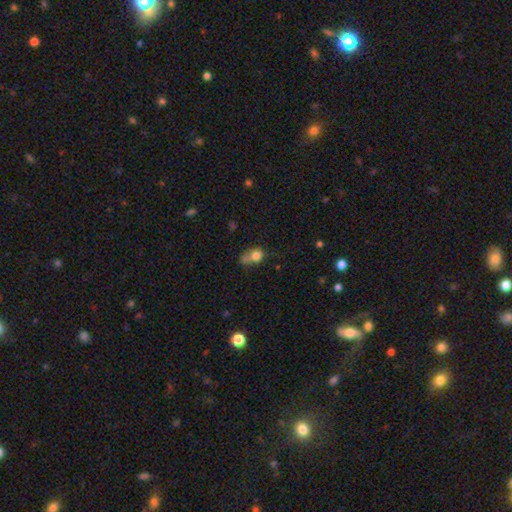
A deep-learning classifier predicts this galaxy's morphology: Smooth or featured?
  - smooth: 76% *
  - featured or disk: 12%
  - star or artifact: 11%
How rounded?
  - round: 52% *
  - in between: 46%
  - cigar-shaped: 2%
Merging?
  - none: 32% *
  - merger: 31%
  - minor disturbance: 24%
  - major disturbance: 14%